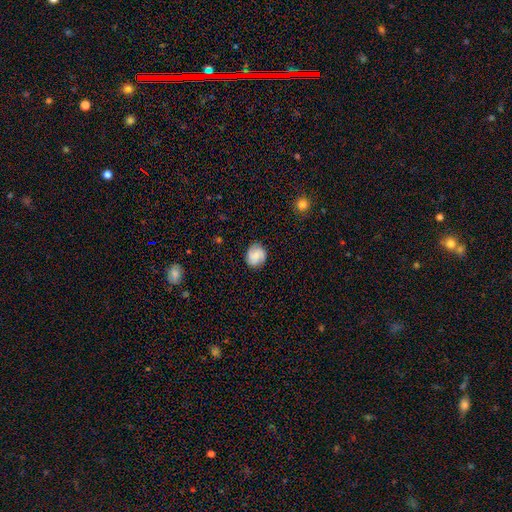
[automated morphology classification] Smooth or featured?
  - smooth: 52% *
  - featured or disk: 40%
  - star or artifact: 9%
How rounded?
  - round: 72% *
  - in between: 27%
  - cigar-shaped: 1%
Merging?
  - none: 83% *
  - minor disturbance: 12%
  - major disturbance: 3%
  - merger: 1%